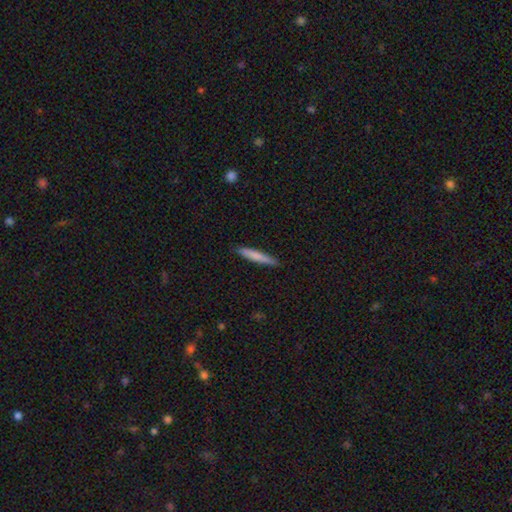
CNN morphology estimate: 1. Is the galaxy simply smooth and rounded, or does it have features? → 77% smooth, 17% featured or disk, 6% star or artifact.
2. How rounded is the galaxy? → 93% cigar-shaped, 5% in between, 1% round.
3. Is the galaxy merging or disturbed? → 88% none, 9% minor disturbance, 2% major disturbance, 1% merger.